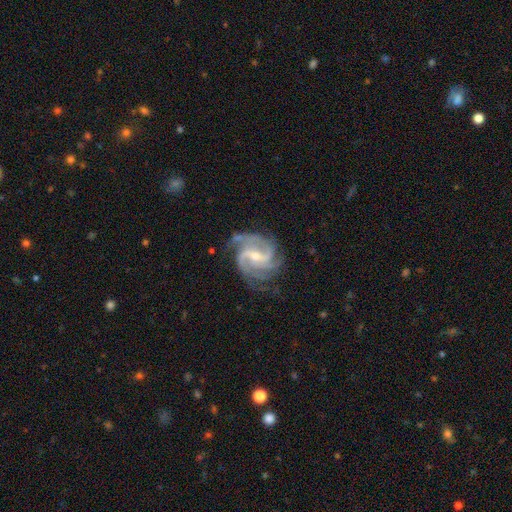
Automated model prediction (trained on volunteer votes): The model was most divided on "spiral winding": medium: 46%, tight: 44%, loose: 9%. Remaining: spiral arms — yes (99%); edge-on disk — no (98%); smooth or featured — featured or disk (93%); merging — none (72%); bulge size — small (60%); bar — weak (47%); spiral arm count — 3 (38%).